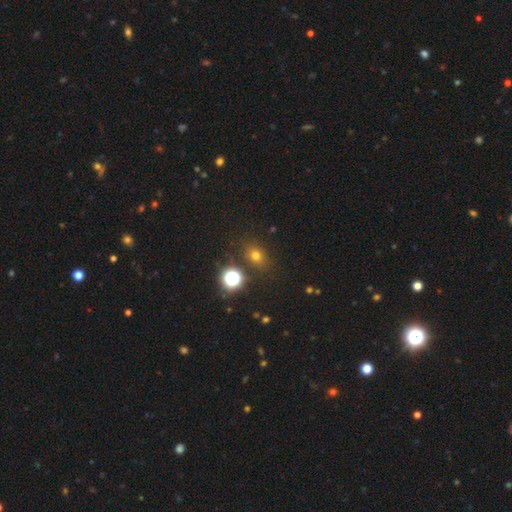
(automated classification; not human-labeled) Q: Smooth or featured?
A: smooth (68%); runner-up: star or artifact (24%)
Q: How rounded?
A: round (59%); runner-up: in between (40%)
Q: Merging?
A: none (83%); runner-up: minor disturbance (10%)